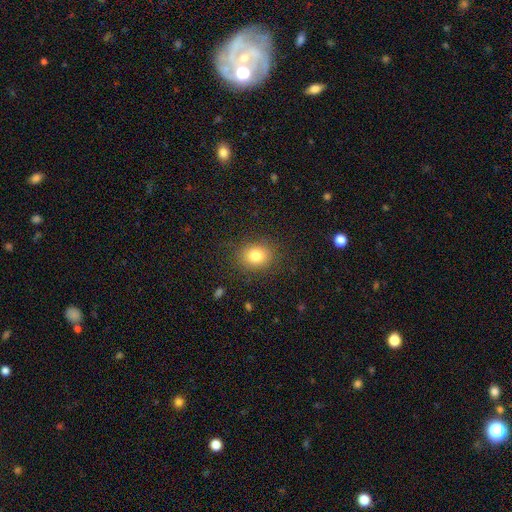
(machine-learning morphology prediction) A smooth galaxy with no disk features (80%) that is round (57%).

Vote fractions:
- Smooth or featured? smooth: 80% / star or artifact: 11% / featured or disk: 9%
- How rounded? round: 57% / in between: 42% / cigar-shaped: 1%
- Merging? none: 85% / minor disturbance: 10% / major disturbance: 4% / merger: 1%